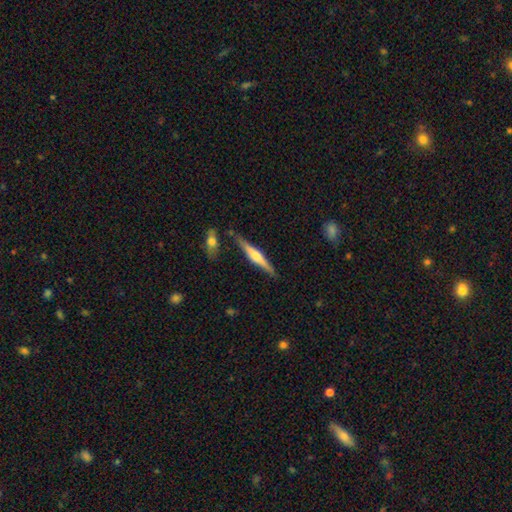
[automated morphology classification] Smooth or featured? featured or disk (64%)
Edge-on disk? yes (97%)
Edge-on bulge? rounded (82%)
Merging? none (84%)